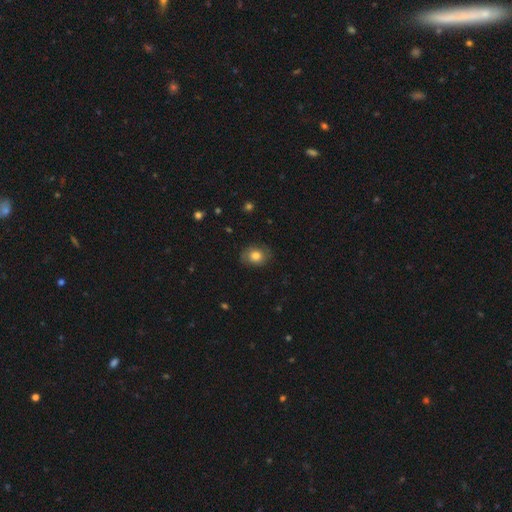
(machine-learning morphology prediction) Smooth or featured: smooth — 74% (featured or disk — 16%)
How rounded: round — 54% (in between — 45%)
Merging: none — 80% (minor disturbance — 15%)